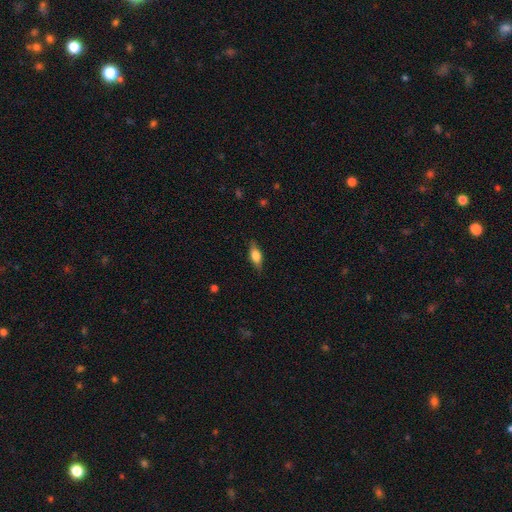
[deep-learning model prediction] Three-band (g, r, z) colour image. It shows a smooth galaxy with no disk features (65%) that is in between round and cigar-shaped (71%). Merging: none (83%).